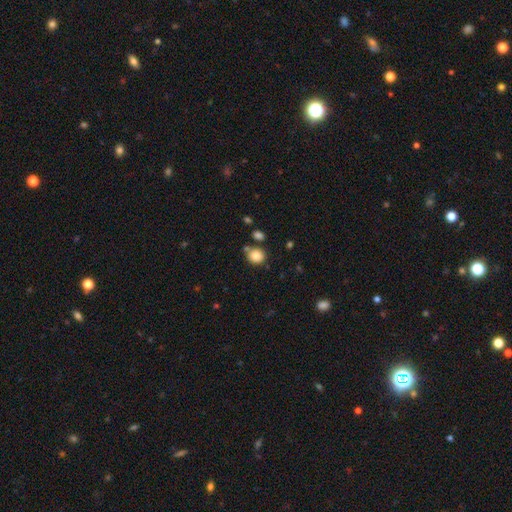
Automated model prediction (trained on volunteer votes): Morphology: type=smooth (84%); roundness=round (84%); merging=none (74%).